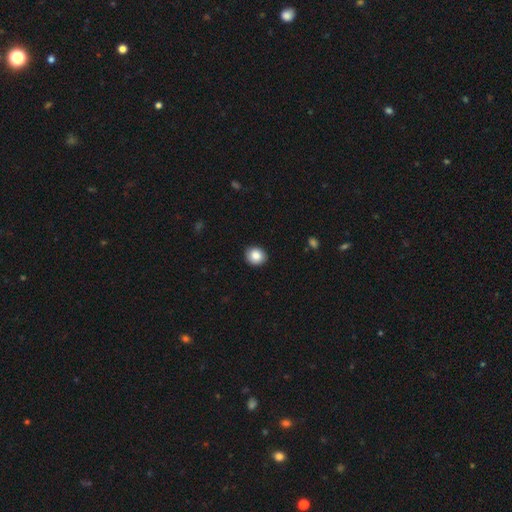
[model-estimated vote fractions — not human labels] Smooth or featured: smooth — 86% (star or artifact — 8%)
How rounded: round — 75% (in between — 24%)
Merging: none — 90% (minor disturbance — 7%)